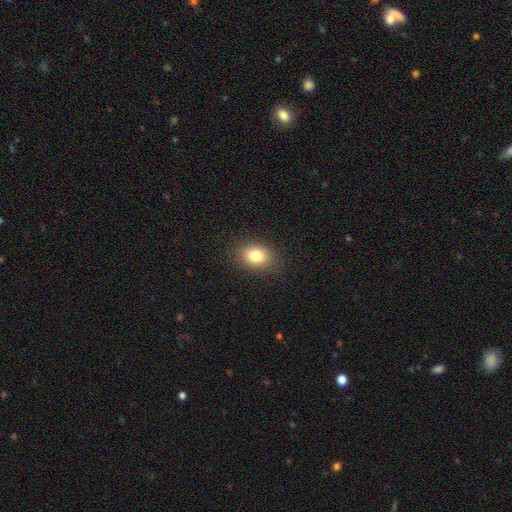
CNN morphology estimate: Smooth or featured? smooth (81%)
How rounded? in between (61%)
Merging? none (86%)